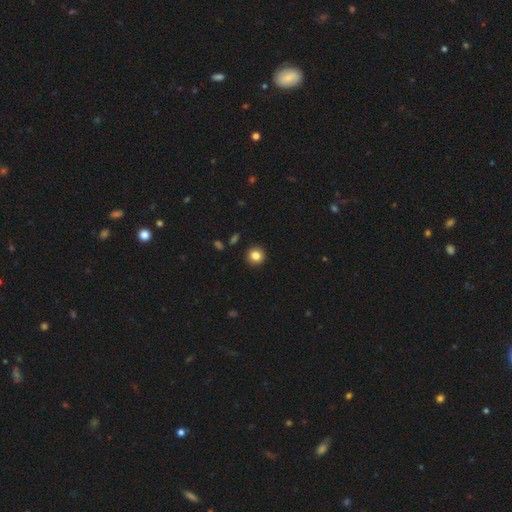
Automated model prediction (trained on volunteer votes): Overall: smooth (83%). How rounded: round (93%). Merging: none (92%).